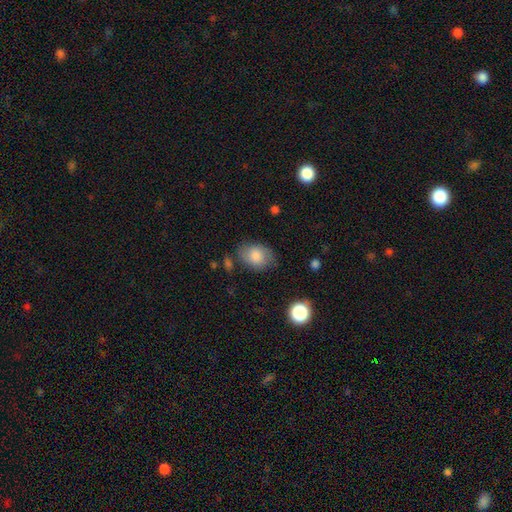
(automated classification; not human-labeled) Smooth or featured: smooth — 81% (featured or disk — 12%)
How rounded: in between — 78% (round — 21%)
Merging: none — 70% (minor disturbance — 21%)